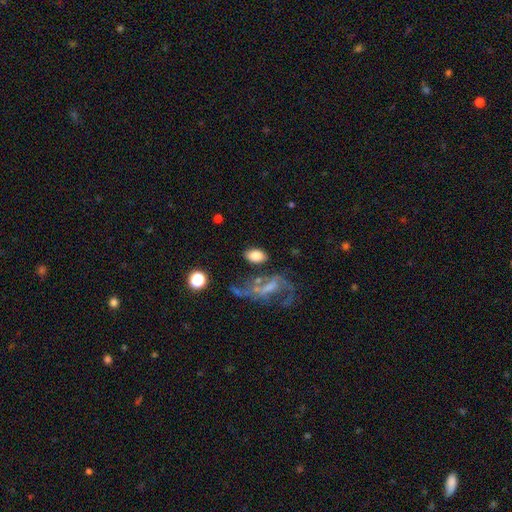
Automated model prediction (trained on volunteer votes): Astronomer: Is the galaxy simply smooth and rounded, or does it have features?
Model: smooth — 79%.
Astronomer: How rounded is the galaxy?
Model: in between — 89%.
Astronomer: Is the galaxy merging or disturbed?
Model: none — 64%.